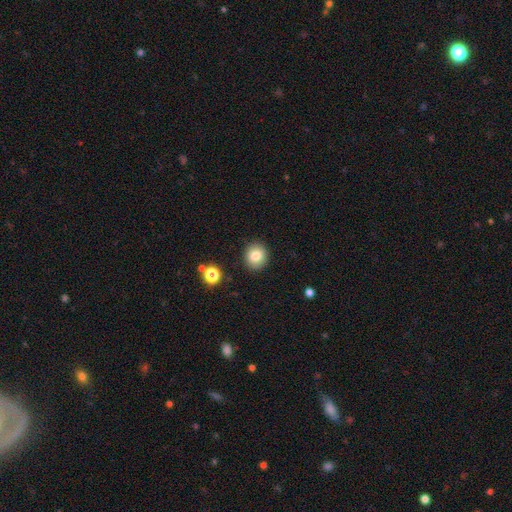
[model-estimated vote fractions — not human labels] This appears to be a smooth galaxy with no disk features (82%) that is round (79%). Merging: none (90%).